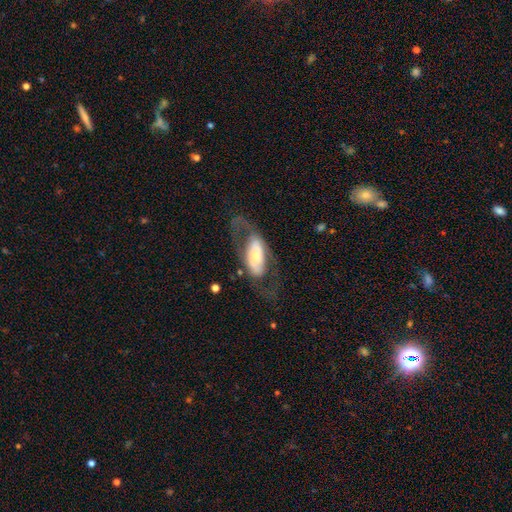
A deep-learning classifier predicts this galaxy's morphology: smooth-or-featured: featured or disk: 61% | smooth: 34% | star or artifact: 5%
  disk-edge-on: no: 85% | yes: 15%
    bar: no: 60% | weak: 21% | strong: 20%
    has-spiral-arms: yes: 52% | no: 48%
    bulge-size: moderate: 44% | small: 40% | large: 11% | dominant: 3% | none: 2%
  merging: none: 54% | major disturbance: 27% | minor disturbance: 17% | merger: 2%